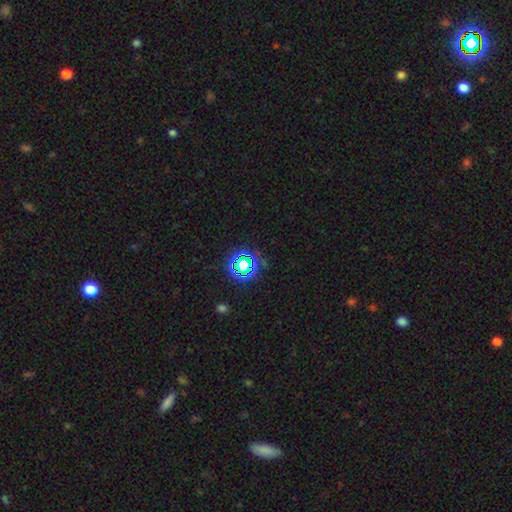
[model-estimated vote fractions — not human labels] This is likely a star or artifact rather than a galaxy (72%).